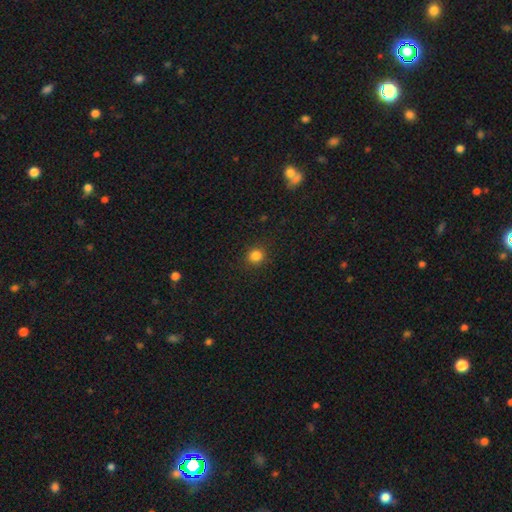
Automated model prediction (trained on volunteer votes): This is clearly a smooth galaxy (83%). How rounded: clearly round (89%). Merging: clearly none (89%).